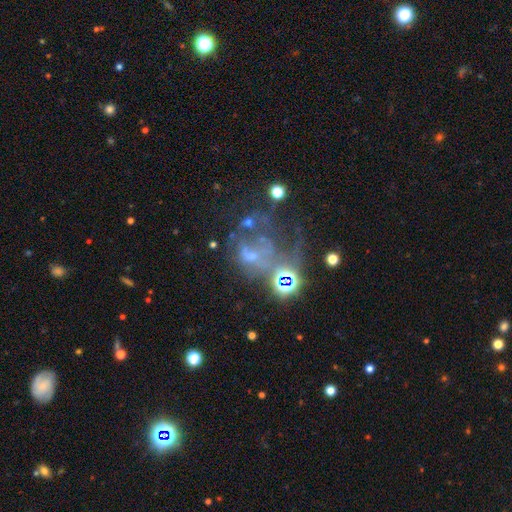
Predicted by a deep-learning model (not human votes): Q: Smooth or featured?
A: featured or disk (48%); runner-up: star or artifact (34%)
Q: Merging?
A: major disturbance (38%); runner-up: none (27%)